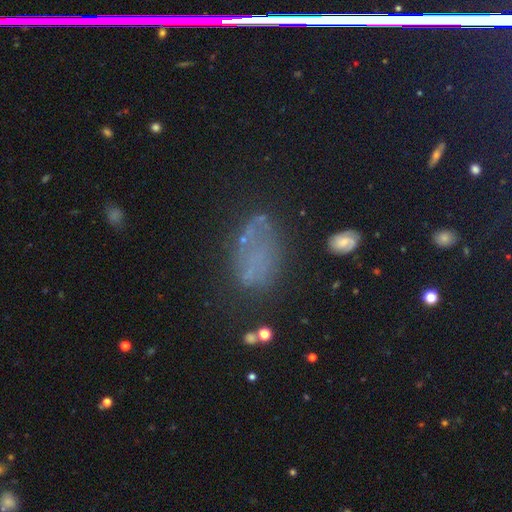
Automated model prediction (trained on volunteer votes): The model was most divided on "smooth or featured": smooth: 43%, star or artifact: 33%, featured or disk: 24%. More confident: merging — none (53%).